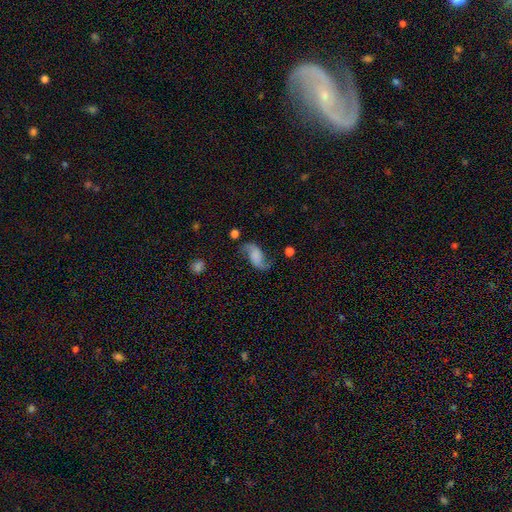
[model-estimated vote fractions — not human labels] A featured or disk galaxy (71%) with no bar (57%), 2 (92%) loose (78%) spiral arms (93%) and no central bulge (59%). Merging: none (67%).